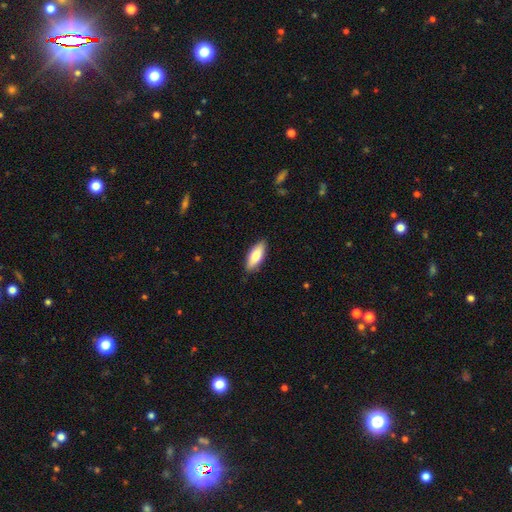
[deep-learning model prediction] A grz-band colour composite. It shows a smooth galaxy with no disk features (79%) that is in between round and cigar-shaped (71%). Merging: none (87%).